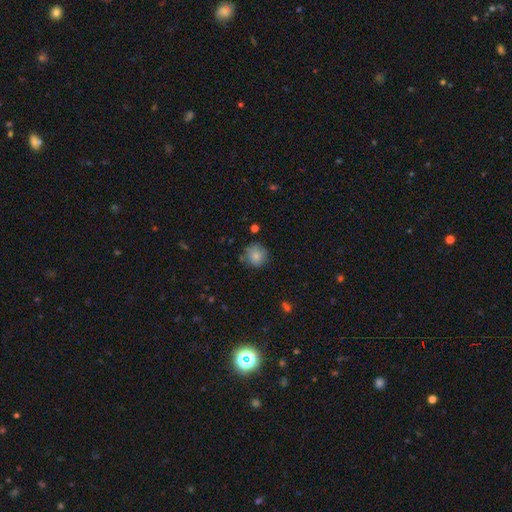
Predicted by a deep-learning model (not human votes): A smooth galaxy with no disk features (83%) that is round (91%). Merging: none (76%).